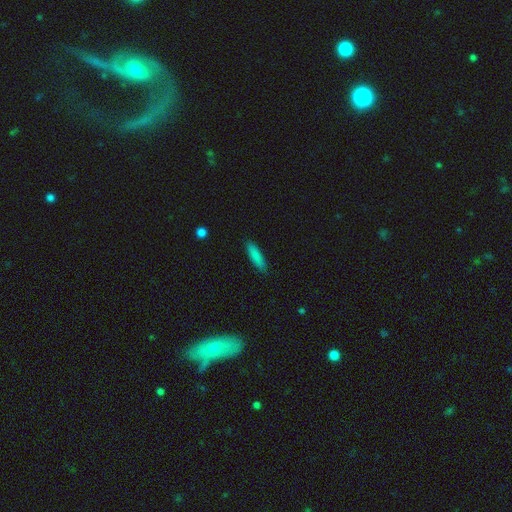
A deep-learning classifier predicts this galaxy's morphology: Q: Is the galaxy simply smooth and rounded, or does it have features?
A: smooth — 86%.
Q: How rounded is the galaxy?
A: cigar-shaped — 68%.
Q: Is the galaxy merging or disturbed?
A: none — 88%.